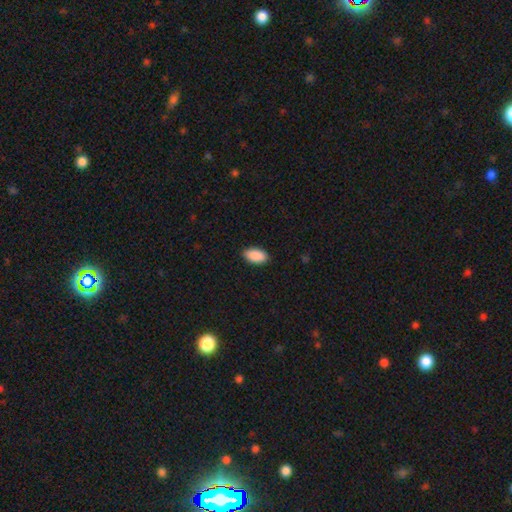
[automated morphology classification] type=smooth (91%); roundness=in between (95%); merging=none (87%).